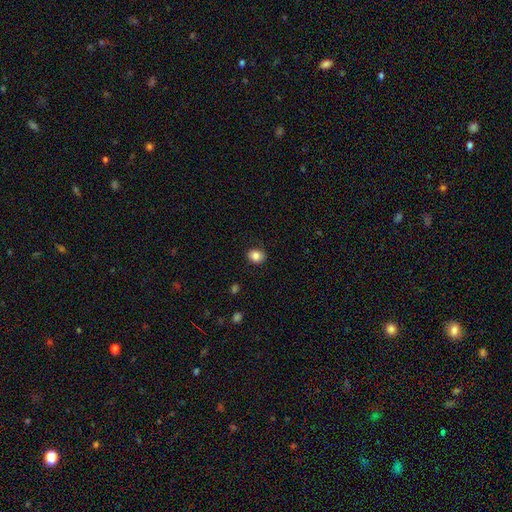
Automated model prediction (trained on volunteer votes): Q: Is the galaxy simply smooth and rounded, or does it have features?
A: smooth — 83%.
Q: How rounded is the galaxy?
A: round — 51%.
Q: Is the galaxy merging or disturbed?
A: none — 86%.